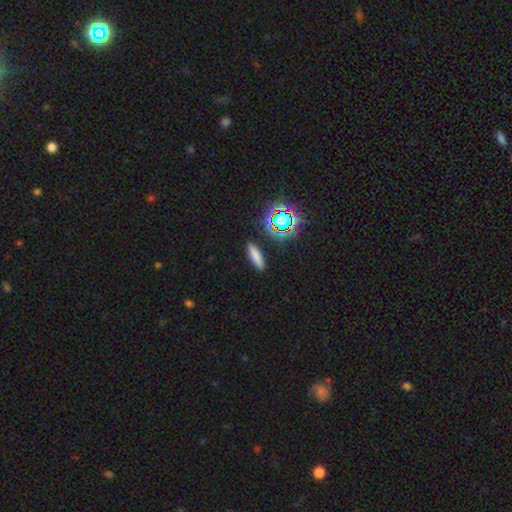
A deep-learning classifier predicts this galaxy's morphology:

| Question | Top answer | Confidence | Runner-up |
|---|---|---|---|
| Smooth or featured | smooth | 75% | star or artifact (17%) |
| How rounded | cigar-shaped | 61% | in between (35%) |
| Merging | none | 89% | minor disturbance (7%) |